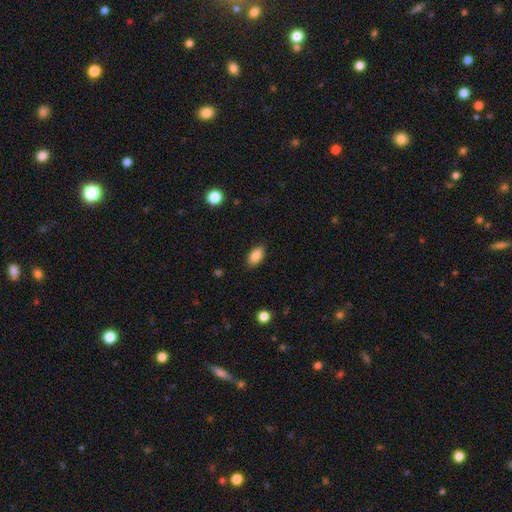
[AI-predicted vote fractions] A smooth galaxy with no disk features (87%) that is in between round and cigar-shaped (91%). Merging: none (87%).